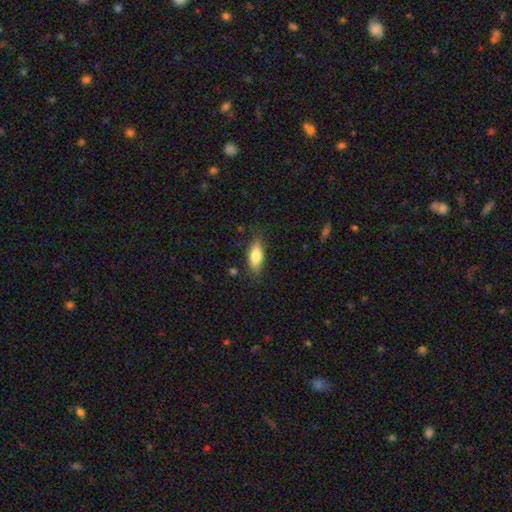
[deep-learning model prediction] A smooth galaxy with no disk features (75%) that is in between round and cigar-shaped (76%). Merging: none (80%).